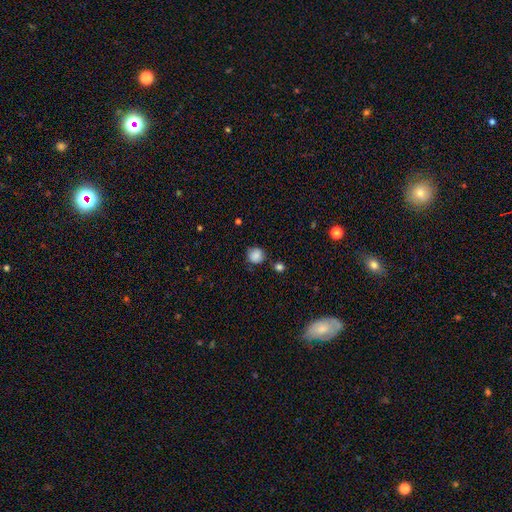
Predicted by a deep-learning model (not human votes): A smooth galaxy with no disk features (85%) that is round (89%).

Vote fractions:
- Smooth or featured? smooth: 85% / star or artifact: 10% / featured or disk: 5%
- How rounded? round: 89% / in between: 10% / cigar-shaped: 1%
- Merging? none: 76% / minor disturbance: 16% / merger: 4% / major disturbance: 4%